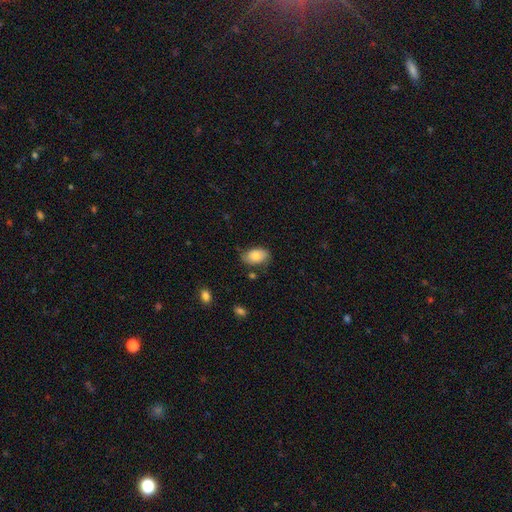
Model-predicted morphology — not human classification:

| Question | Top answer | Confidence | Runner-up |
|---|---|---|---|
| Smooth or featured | smooth | 75% | featured or disk (18%) |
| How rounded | in between | 90% | round (8%) |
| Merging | none | 68% | minor disturbance (24%) |